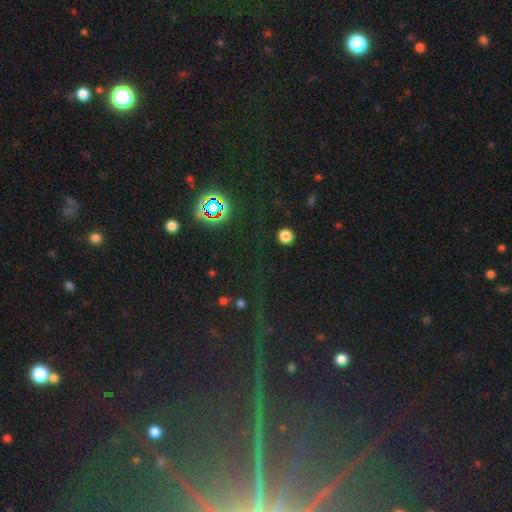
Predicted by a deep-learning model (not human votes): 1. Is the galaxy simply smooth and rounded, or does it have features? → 79% star or artifact, 11% smooth, 9% featured or disk.